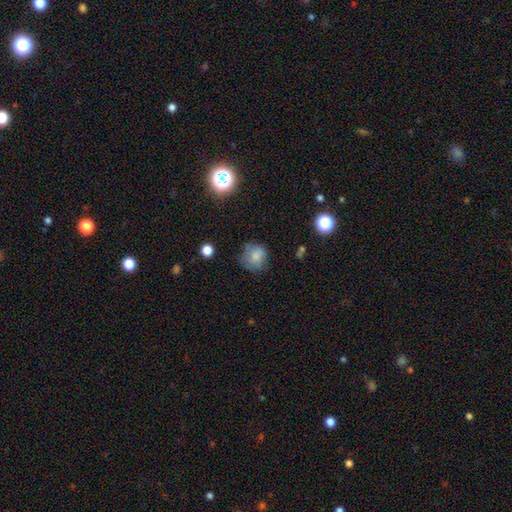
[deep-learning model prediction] smooth_or_featured: smooth (p=0.76) [alt: featured or disk p=0.12]
how_rounded: round (p=0.82) [alt: in between p=0.17]
merging: none (p=0.64) [alt: minor disturbance p=0.24]